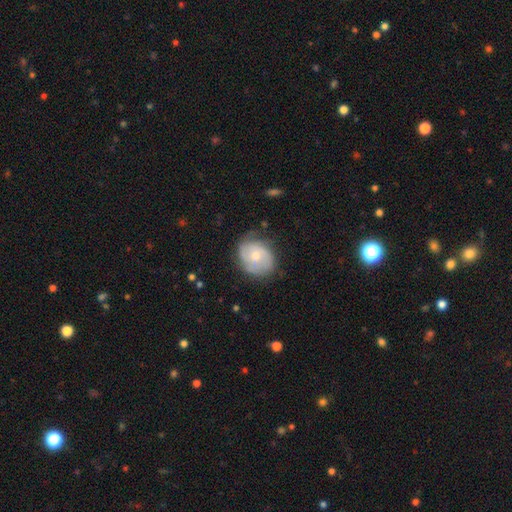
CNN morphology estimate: Smooth or featured?
  - featured or disk: 54% *
  - smooth: 39%
  - star or artifact: 7%
Edge-on disk?
  - no: 97% *
  - yes: 3%
Bar?
  - no: 73% *
  - weak: 24%
  - strong: 3%
Spiral arms?
  - yes: 80% *
  - no: 20%
Bulge size?
  - moderate: 48% *
  - small: 47%
  - large: 2%
  - none: 2%
  - dominant: 1%
Merging?
  - none: 65% *
  - minor disturbance: 25%
  - major disturbance: 8%
  - merger: 2%